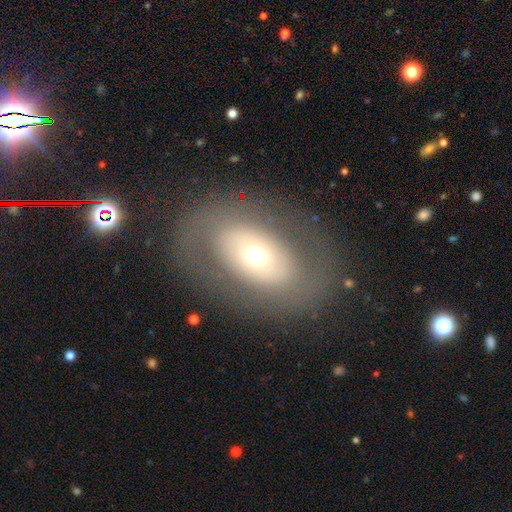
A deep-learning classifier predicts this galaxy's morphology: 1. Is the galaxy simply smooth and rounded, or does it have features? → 50% featured or disk, 41% smooth, 9% star or artifact.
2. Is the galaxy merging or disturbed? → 80% none, 10% minor disturbance, 9% major disturbance, 1% merger.